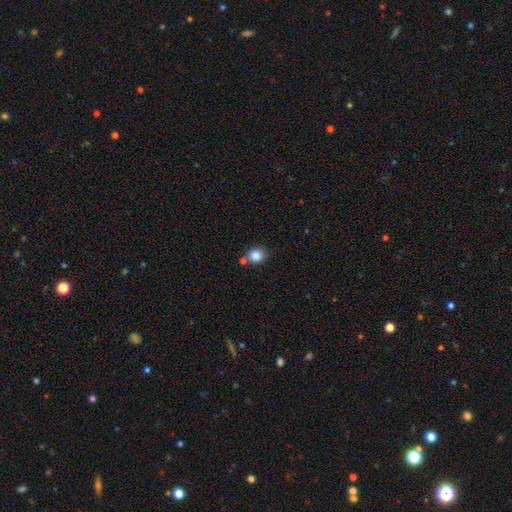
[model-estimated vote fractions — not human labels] smooth 85%, star or artifact 10%, featured or disk 5%. Down the decision tree: how rounded — round (74%); merging — none (67%).